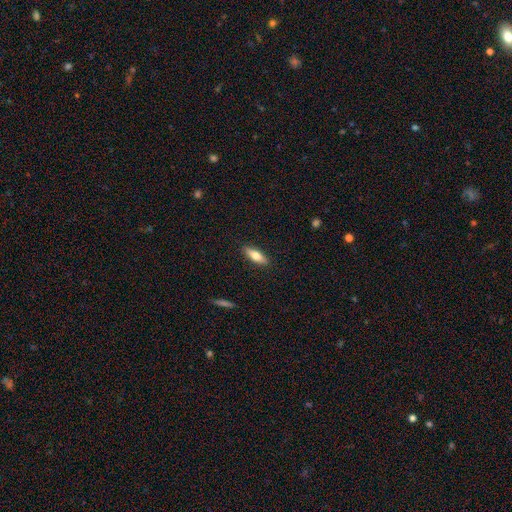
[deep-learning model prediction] The model was most divided on "how rounded": in between: 54%, cigar-shaped: 43%, round: 2%. More confident: merging — none (89%); smooth or featured — smooth (69%).